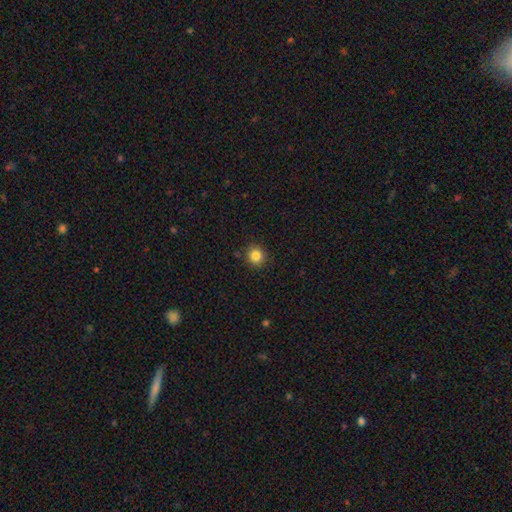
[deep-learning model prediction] The model was most divided on "smooth or featured": smooth: 84%, star or artifact: 11%, featured or disk: 5%. More confident: how rounded — round (91%); merging — none (90%).